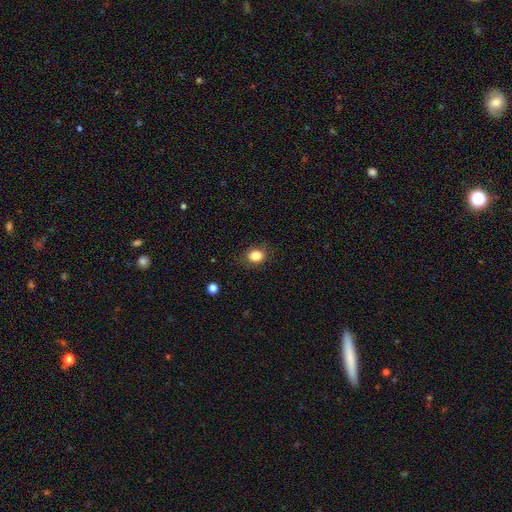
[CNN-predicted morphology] Smooth or featured? Predicted: smooth (p=0.84). How rounded? Predicted: round (p=0.59). Merging? Predicted: none (p=0.85).